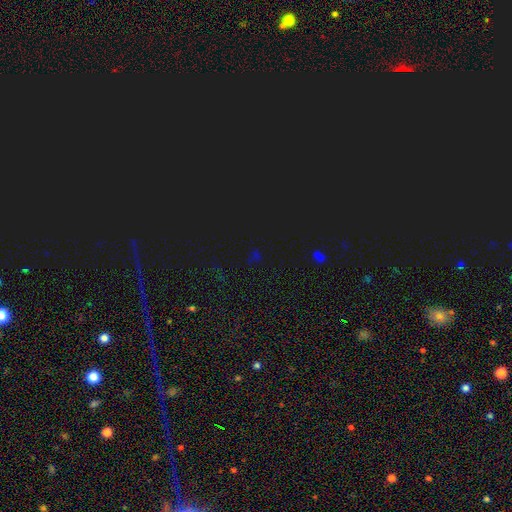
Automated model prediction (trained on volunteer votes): A star or artifact, not a galaxy (75%).

Vote fractions:
- Smooth or featured? star or artifact: 75% / smooth: 18% / featured or disk: 7%